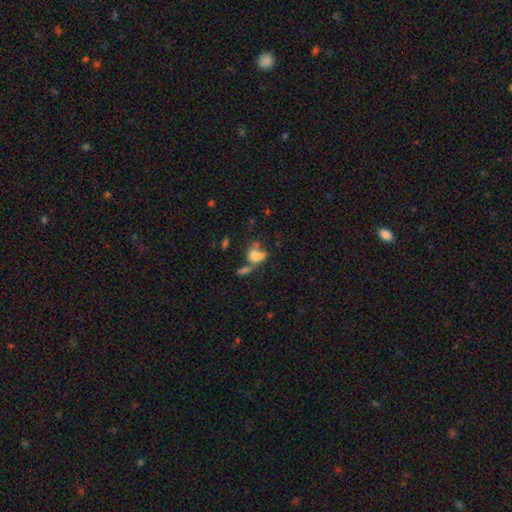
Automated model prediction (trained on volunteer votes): This appears to be a smooth galaxy with no disk features (59%) that is in between round and cigar-shaped (67%). Merging: merger (47%).